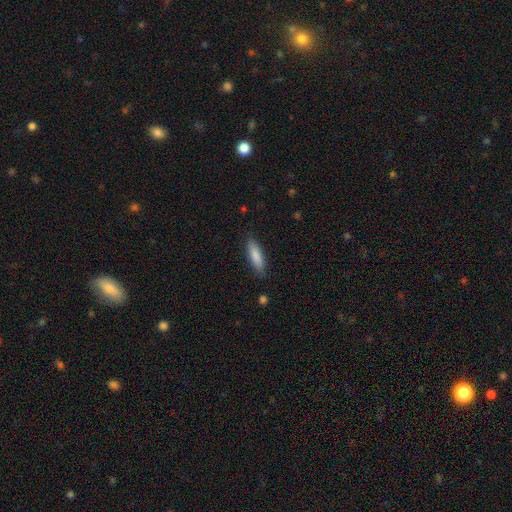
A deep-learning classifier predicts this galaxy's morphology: This is clearly a smooth galaxy (86%). How rounded: possibly cigar-shaped (57%). Merging: clearly none (86%).